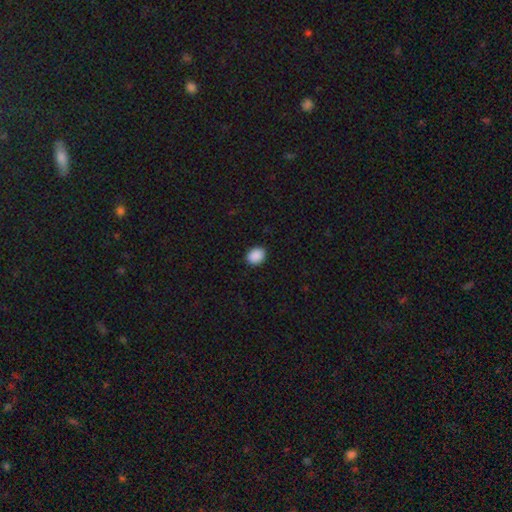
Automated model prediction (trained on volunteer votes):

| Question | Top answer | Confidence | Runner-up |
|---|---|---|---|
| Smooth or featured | smooth | 90% | star or artifact (8%) |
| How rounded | in between | 55% | round (44%) |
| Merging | none | 90% | minor disturbance (7%) |